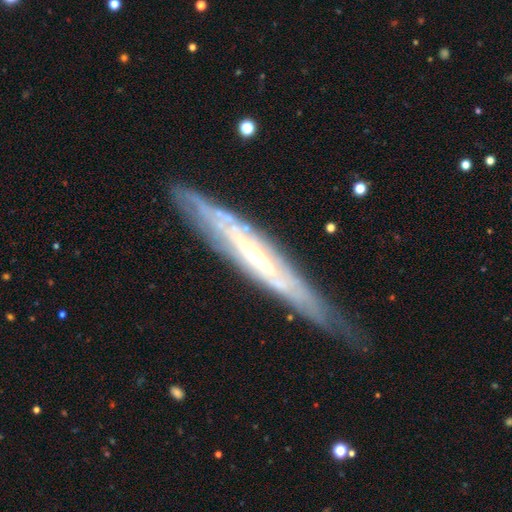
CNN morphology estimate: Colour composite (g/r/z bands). It shows a featured or disk galaxy (83%) viewed edge-on (63%) with a rounded central bulge (46%, tied with none). Merging: none (70%).